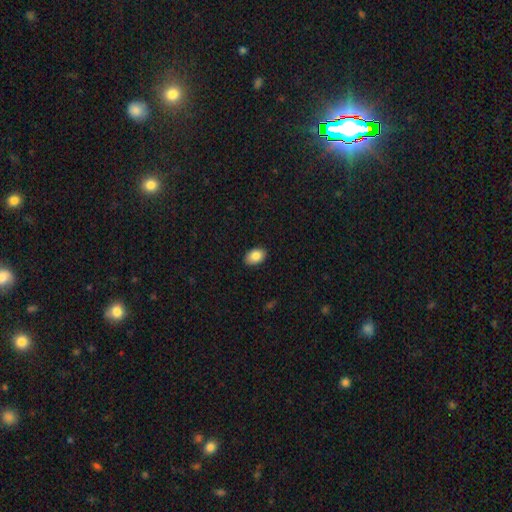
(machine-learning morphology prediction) smooth 85%, star or artifact 7%, featured or disk 7%. Down the decision tree: how rounded — in between (87%); merging — none (88%).